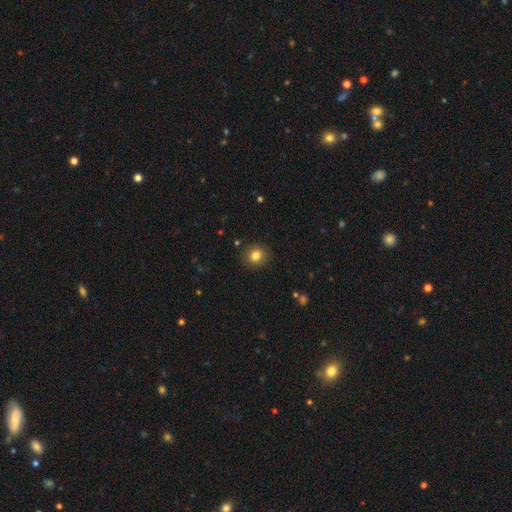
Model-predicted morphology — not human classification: Smooth or featured? smooth (82%)
How rounded? round (79%)
Merging? none (88%)